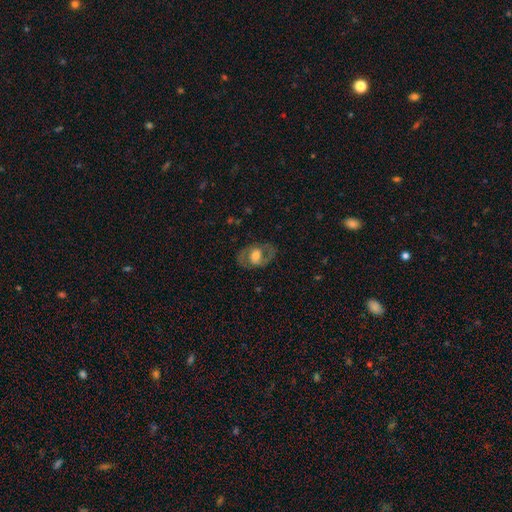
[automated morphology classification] This is likely a featured or disk galaxy (71%). It is clearly not viewed edge-on (95%). Bar: possibly no (54%). Spiral arm pattern: likely yes (75%). Spiral arm count: clearly 2 (86%). Spiral winding: possibly medium (55%). Central bulge: possibly moderate (56%). Merging: likely none (78%).